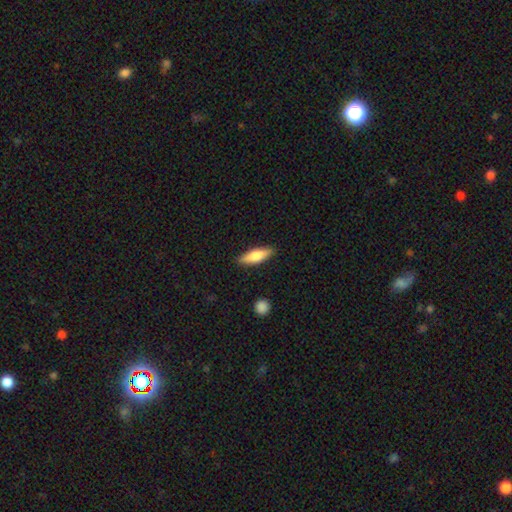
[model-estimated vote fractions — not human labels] The model was most divided on "how rounded": cigar-shaped: 57%, in between: 41%, round: 2%. More confident: merging — none (88%); smooth or featured — smooth (66%).